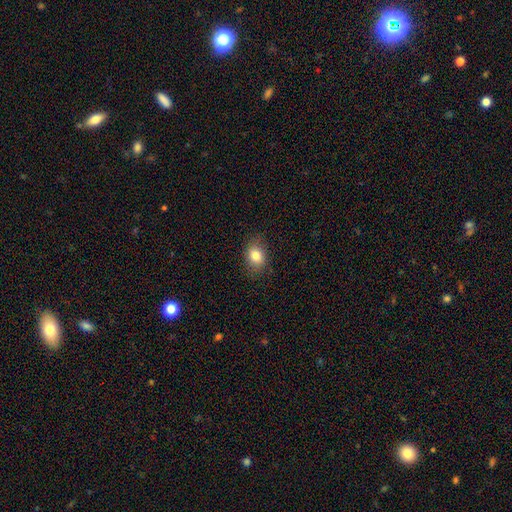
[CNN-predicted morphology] Overall: smooth (82%). How rounded: in between (60%; round 39%). Merging: none (83%).